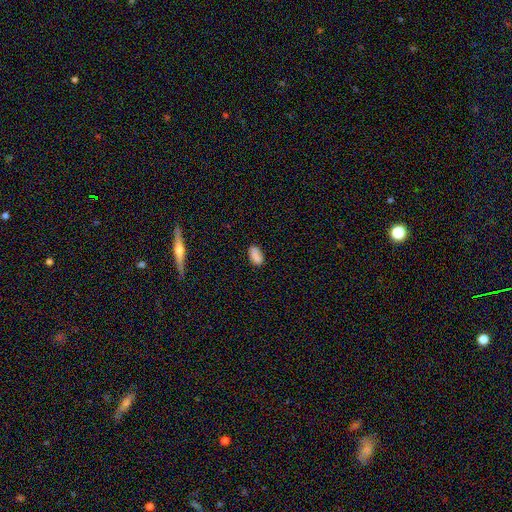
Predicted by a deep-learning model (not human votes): This is clearly a smooth galaxy (84%). How rounded: clearly in between (92%). Merging: likely none (77%).